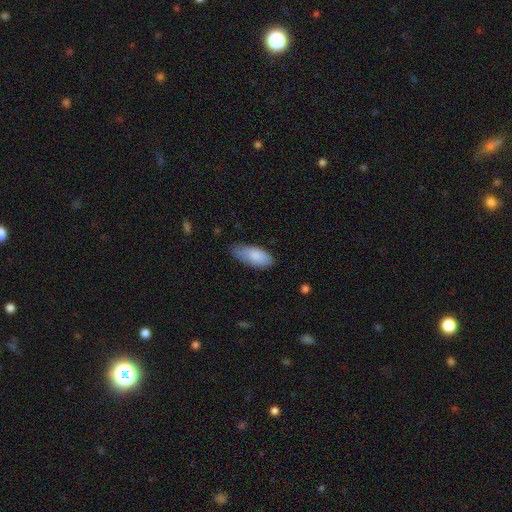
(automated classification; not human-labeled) smooth 85%, featured or disk 9%, star or artifact 6%. Down the decision tree: how rounded — in between (87%); merging — none (67%).